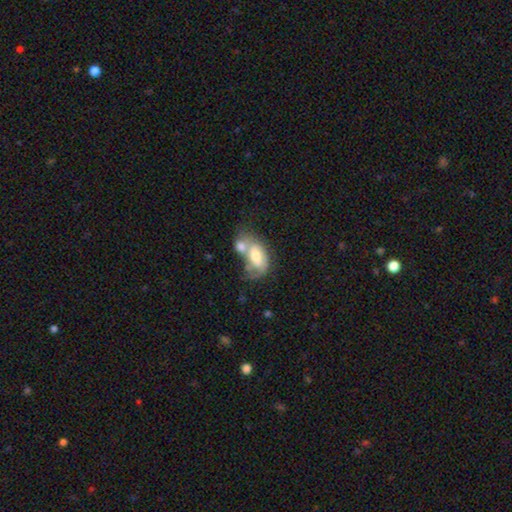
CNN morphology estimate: smooth 53%, featured or disk 40%, star or artifact 7%. Down the decision tree: how rounded — in between (90%); merging — merger (58%).